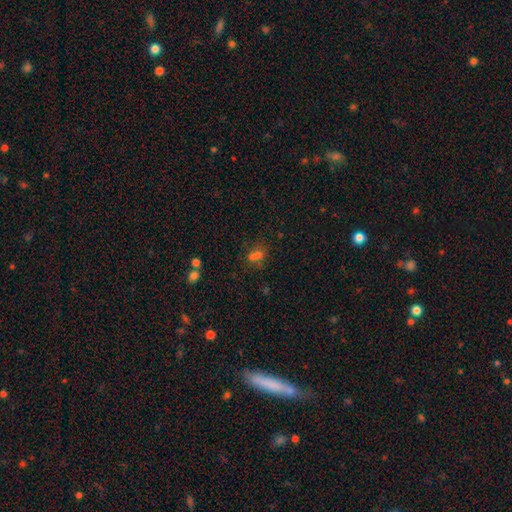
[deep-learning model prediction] Q: Smooth or featured?
A: smooth (56%); runner-up: star or artifact (30%)
Q: How rounded?
A: round (64%); runner-up: in between (34%)
Q: Merging?
A: none (44%); runner-up: merger (42%)